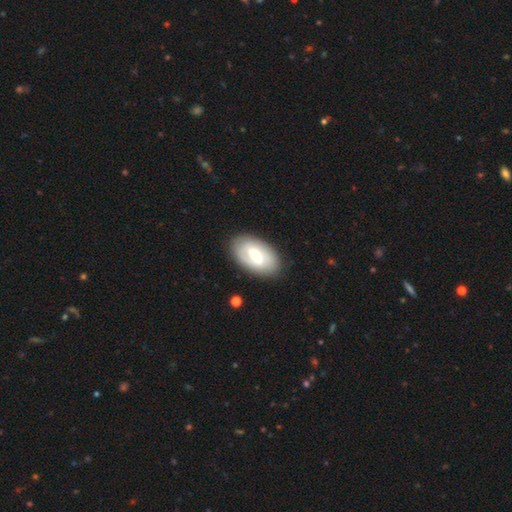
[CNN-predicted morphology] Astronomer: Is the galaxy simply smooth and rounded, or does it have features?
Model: featured or disk — 51% (runner-up: smooth, 44%).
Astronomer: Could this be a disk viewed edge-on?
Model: no — 91%.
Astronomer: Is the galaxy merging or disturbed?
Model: none — 85%.